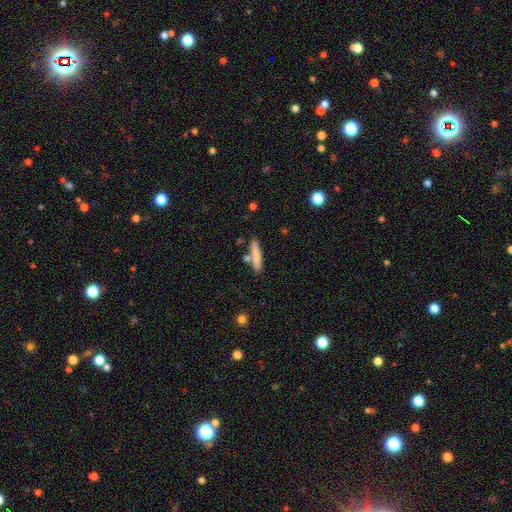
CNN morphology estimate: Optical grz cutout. It shows a smooth galaxy with no disk features (79%) that is cigar-shaped (87%). Merging: none (74%).